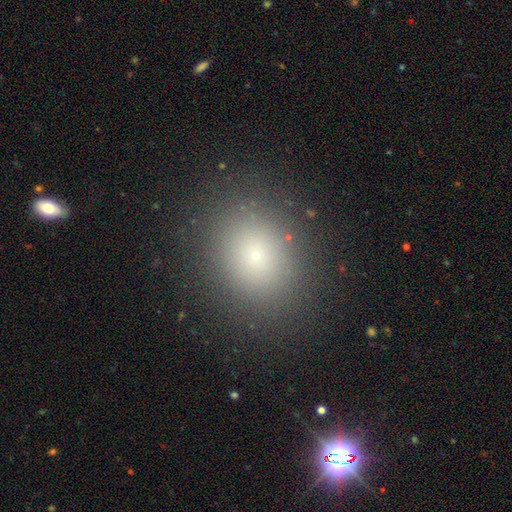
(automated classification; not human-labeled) smooth_or_featured: smooth (p=0.72) [alt: star or artifact p=0.19]
how_rounded: round (p=0.64) [alt: in between p=0.35]
merging: none (p=0.88) [alt: minor disturbance p=0.07]